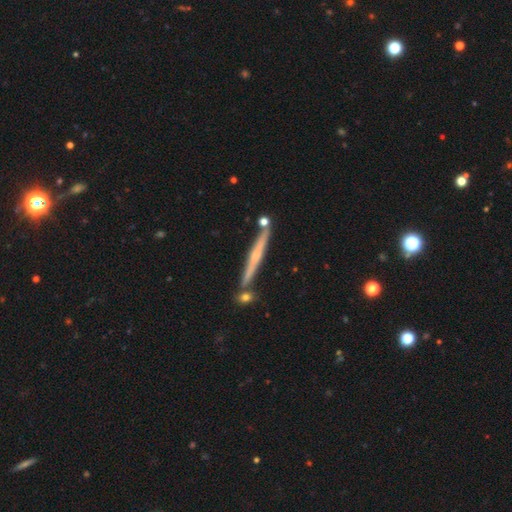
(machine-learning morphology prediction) smooth-or-featured: featured or disk: 68% | smooth: 26% | star or artifact: 6%
  disk-edge-on: yes: 97% | no: 3%
    edge-on-bulge: rounded: 64% | none: 30% | boxy: 6%
  merging: none: 82% | minor disturbance: 9% | merger: 7% | major disturbance: 2%